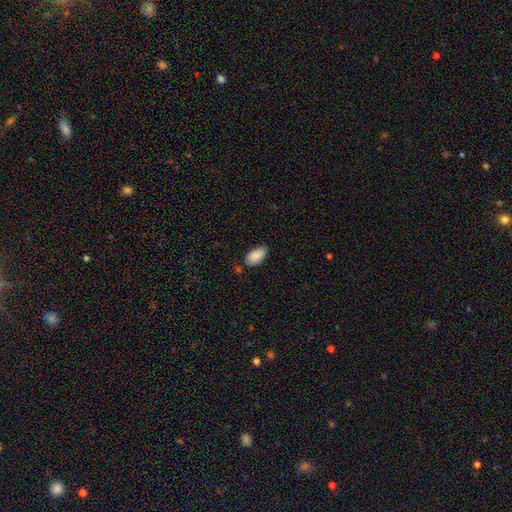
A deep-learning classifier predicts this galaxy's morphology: Smooth or featured: smooth — 89% (star or artifact — 7%)
How rounded: in between — 95% (round — 3%)
Merging: none — 74% (minor disturbance — 19%)